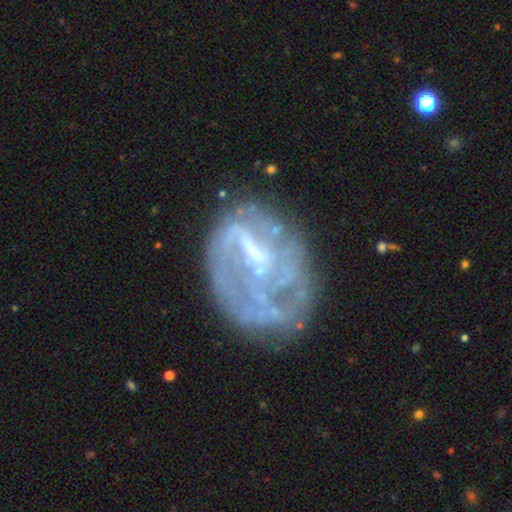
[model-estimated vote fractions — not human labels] Q: Smooth or featured?
A: featured or disk (73%); runner-up: smooth (18%)
Q: Edge-on disk?
A: no (97%); runner-up: yes (3%)
Q: Bar?
A: weak (40%); runner-up: no (39%)
Q: Spiral arms?
A: no (55%); runner-up: yes (45%)
Q: Bulge size?
A: none (43%); runner-up: small (32%)
Q: Merging?
A: none (45%); runner-up: major disturbance (28%)